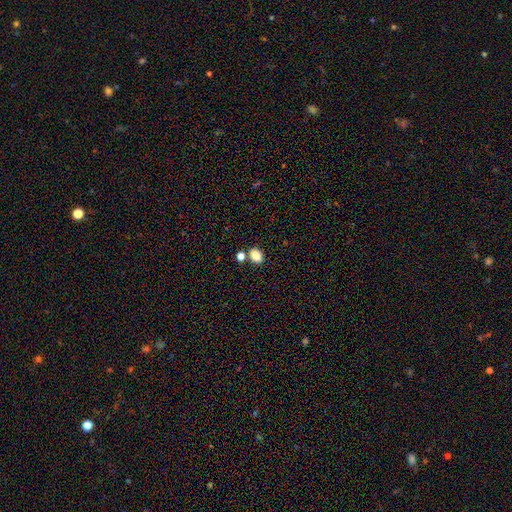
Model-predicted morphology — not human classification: type=smooth (85%); roundness=in between (66%); merging=none (72%).